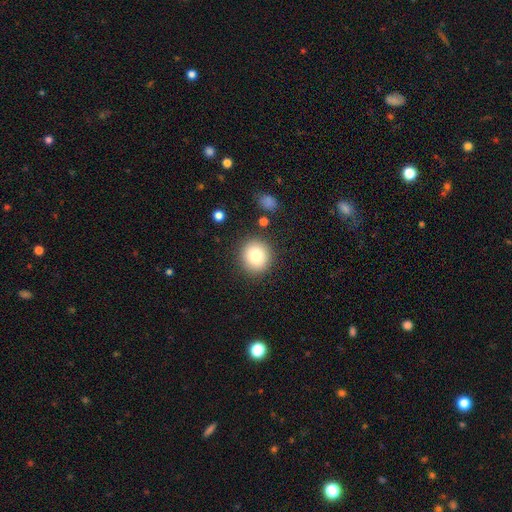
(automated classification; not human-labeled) Smooth or featured? smooth (80%)
How rounded? round (89%)
Merging? none (87%)